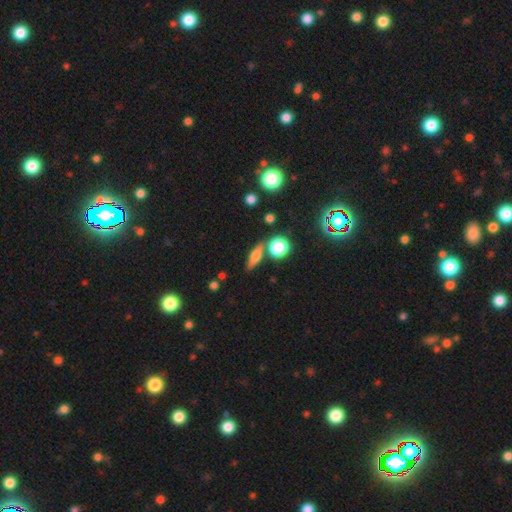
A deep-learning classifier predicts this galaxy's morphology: smooth 44%, featured or disk 42%, star or artifact 14%. Down the decision tree: merging — none (76%).